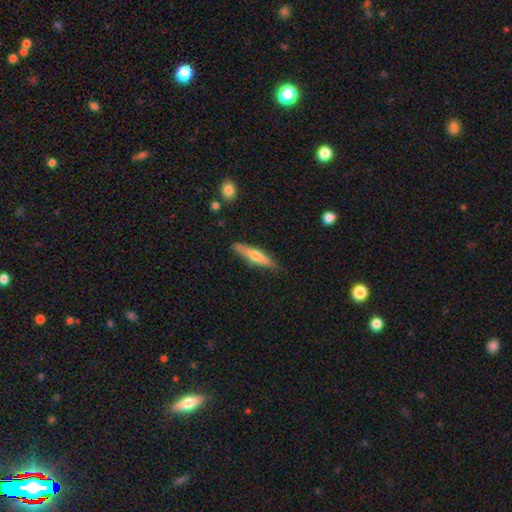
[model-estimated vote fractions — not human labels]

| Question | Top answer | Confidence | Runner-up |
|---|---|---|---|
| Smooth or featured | smooth | 52% | featured or disk (42%) |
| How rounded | cigar-shaped | 86% | in between (12%) |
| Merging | none | 84% | minor disturbance (12%) |